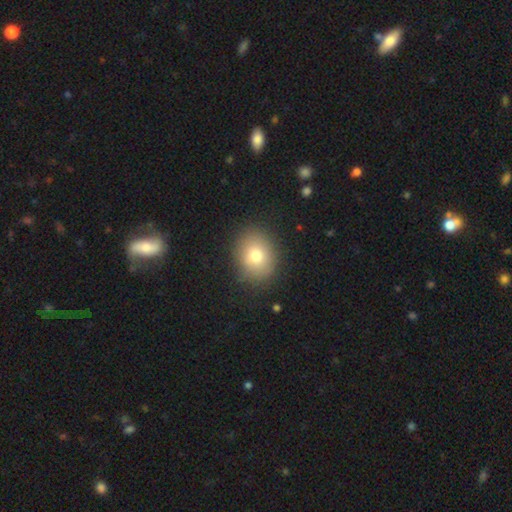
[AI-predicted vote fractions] Smooth or featured? Predicted: smooth (p=0.76). How rounded? Predicted: round (p=0.57). Merging? Predicted: none (p=0.85).